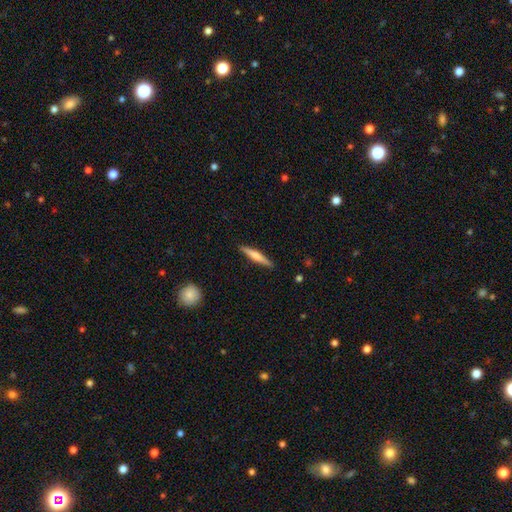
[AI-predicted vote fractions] Smooth or featured?
  - smooth: 53% *
  - featured or disk: 42%
  - star or artifact: 5%
How rounded?
  - cigar-shaped: 92% *
  - in between: 6%
  - round: 2%
Merging?
  - none: 89% *
  - minor disturbance: 8%
  - major disturbance: 2%
  - merger: 1%